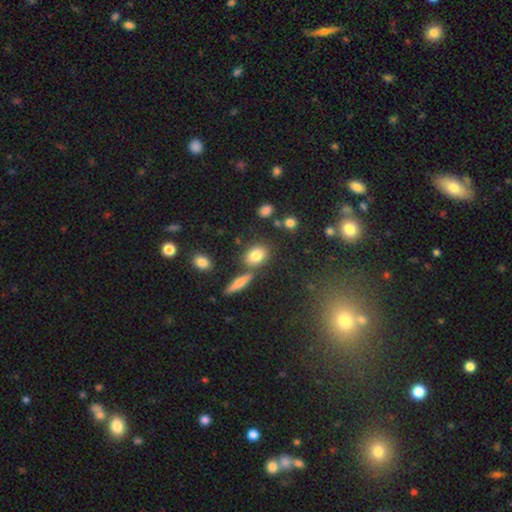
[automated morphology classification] This is likely a smooth galaxy (80%). How rounded: likely in between (71%). Merging: likely none (70%).